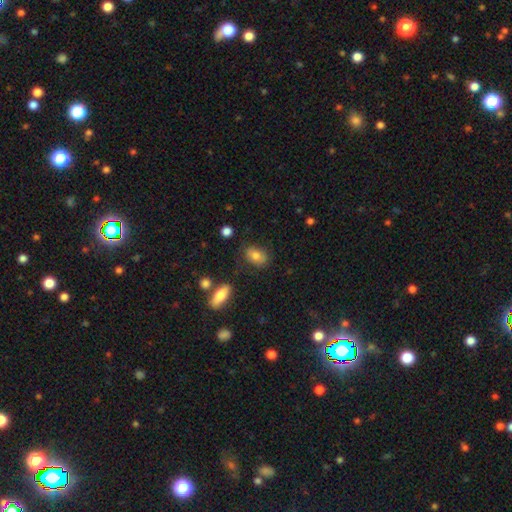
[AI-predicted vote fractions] Smooth or featured? Predicted: smooth (p=0.76). How rounded? Predicted: in between (p=0.82). Merging? Predicted: none (p=0.71).